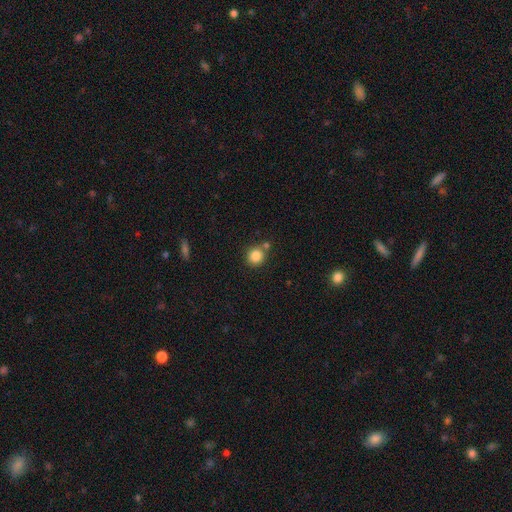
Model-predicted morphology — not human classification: The model was most divided on "merging": none: 69%, merger: 17%, minor disturbance: 11%, major disturbance: 3%. More confident: how rounded — round (89%); smooth or featured — smooth (85%).